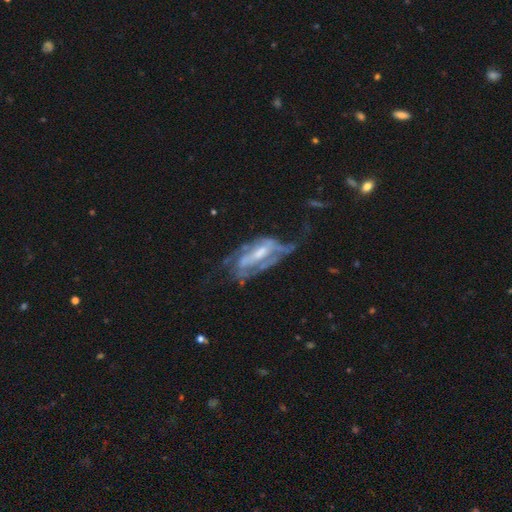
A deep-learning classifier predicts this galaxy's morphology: smooth-or-featured: featured or disk: 76% | smooth: 13% | star or artifact: 11%
  disk-edge-on: no: 86% | yes: 14%
    bar: weak: 37% | strong: 34% | no: 29%
    has-spiral-arms: yes: 74% | no: 26%
    bulge-size: small: 42% (tied) | moderate: 42% (tied) | none: 10% | large: 5% | dominant: 1%
  merging: none: 38% | major disturbance: 35% | minor disturbance: 21% | merger: 5%